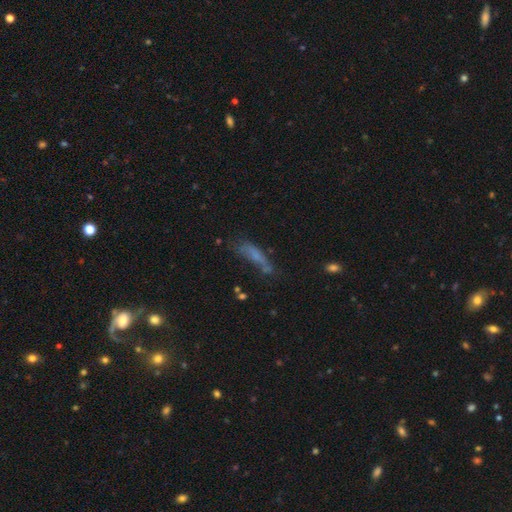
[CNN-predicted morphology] smooth-or-featured: smooth: 56% | featured or disk: 27% | star or artifact: 17%
  how-rounded: cigar-shaped: 65% | in between: 32% | round: 3%
  merging: none: 39% | minor disturbance: 25% | major disturbance: 24% | merger: 12%